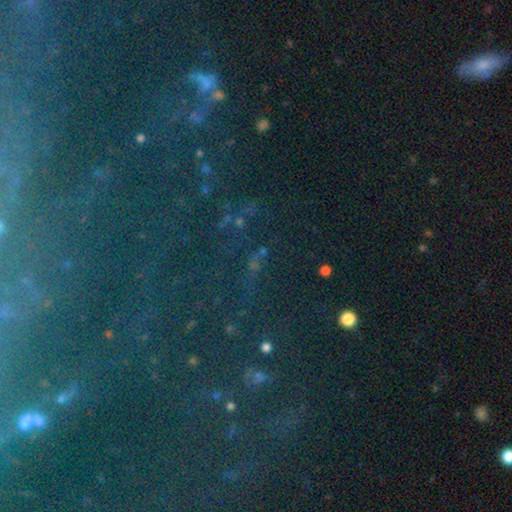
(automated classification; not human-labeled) This is likely a star or artifact rather than a galaxy (77%).